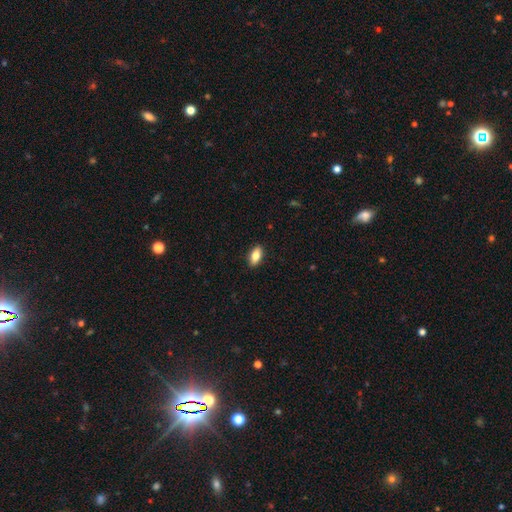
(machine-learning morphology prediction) Q: Smooth or featured?
A: smooth (81%); runner-up: featured or disk (13%)
Q: How rounded?
A: in between (88%); runner-up: cigar-shaped (8%)
Q: Merging?
A: none (89%); runner-up: minor disturbance (8%)